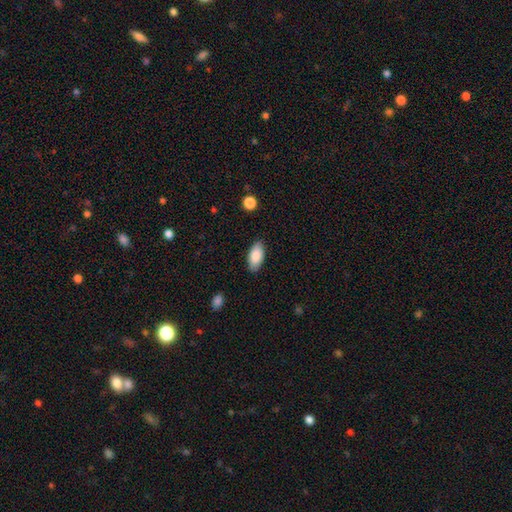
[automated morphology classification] Overall: smooth (86%). How rounded: in between (93%). Merging: none (87%).